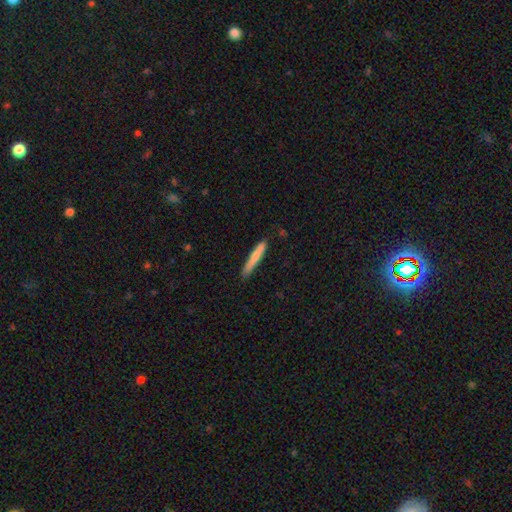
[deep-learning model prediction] A smooth galaxy with no disk features (71%) that is cigar-shaped (94%).

Vote fractions:
- Smooth or featured? smooth: 71% / featured or disk: 23% / star or artifact: 6%
- How rounded? cigar-shaped: 94% / in between: 5% / round: 1%
- Merging? none: 83% / minor disturbance: 14% / major disturbance: 2% / merger: 2%